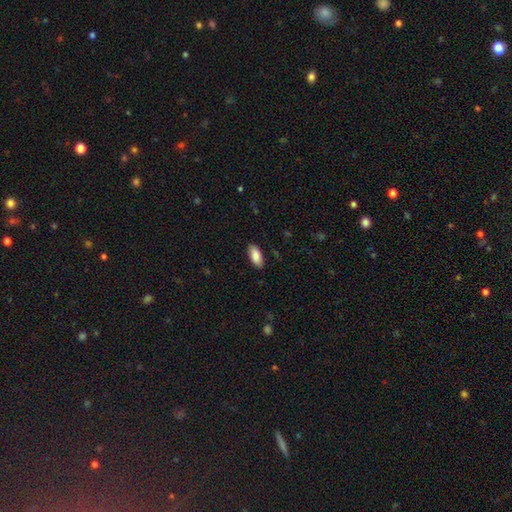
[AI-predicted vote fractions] Smooth or featured? smooth (87%)
How rounded? in between (90%)
Merging? none (88%)